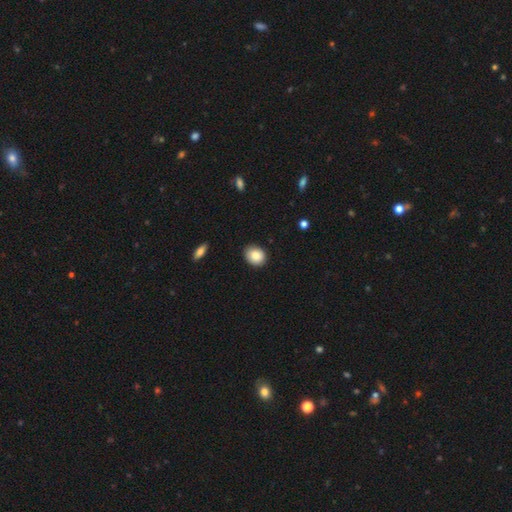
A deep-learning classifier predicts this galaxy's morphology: Overall: smooth (86%). How rounded: round (57%; in between 42%). Merging: none (87%).